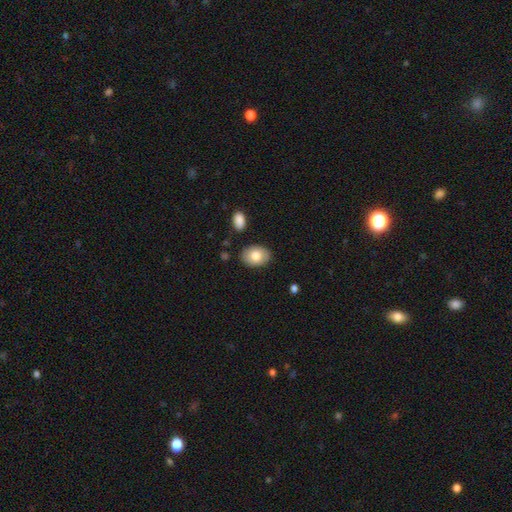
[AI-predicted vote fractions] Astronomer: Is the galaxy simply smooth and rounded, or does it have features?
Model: smooth — 81%.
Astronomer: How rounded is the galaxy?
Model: in between — 80%.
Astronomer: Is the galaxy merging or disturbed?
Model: none — 85%.